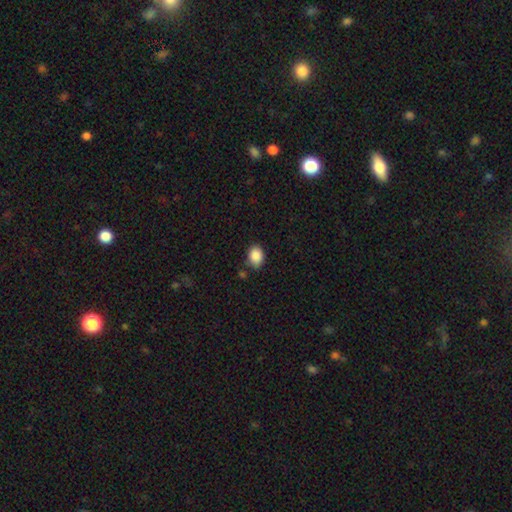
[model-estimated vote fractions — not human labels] Smooth or featured? smooth (88%)
How rounded? in between (66%)
Merging? none (75%)